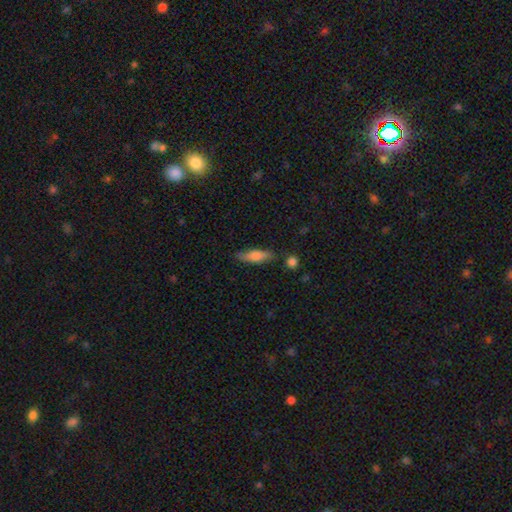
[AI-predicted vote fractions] smooth-or-featured: smooth: 71% | featured or disk: 22% | star or artifact: 7%
  how-rounded: cigar-shaped: 56% | in between: 42% | round: 2%
  merging: none: 78% | minor disturbance: 15% | merger: 4% | major disturbance: 3%